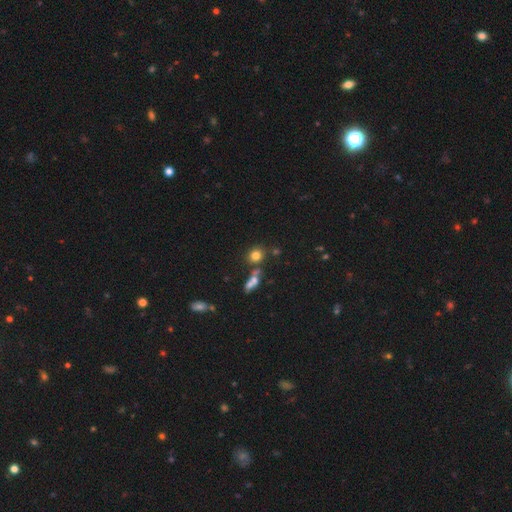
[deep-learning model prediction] A smooth galaxy with no disk features (77%) that is round (82%).

Vote fractions:
- Smooth or featured? smooth: 77% / star or artifact: 14% / featured or disk: 9%
- How rounded? round: 82% / in between: 17% / cigar-shaped: 2%
- Merging? none: 68% / merger: 18% / minor disturbance: 11% / major disturbance: 4%